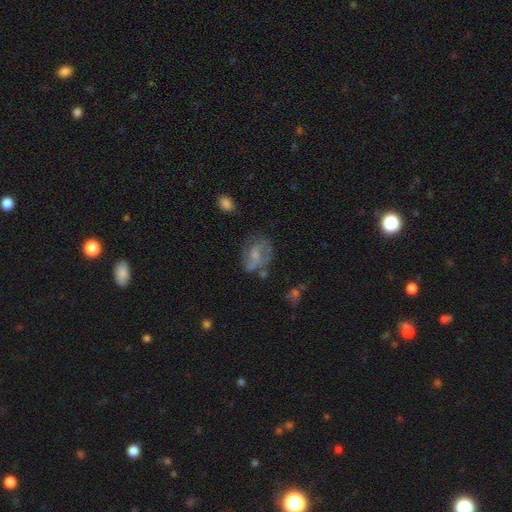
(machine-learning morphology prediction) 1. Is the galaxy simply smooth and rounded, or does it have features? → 48% featured or disk, 42% smooth, 10% star or artifact.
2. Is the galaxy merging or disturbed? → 48% none, 26% minor disturbance, 20% major disturbance, 6% merger.